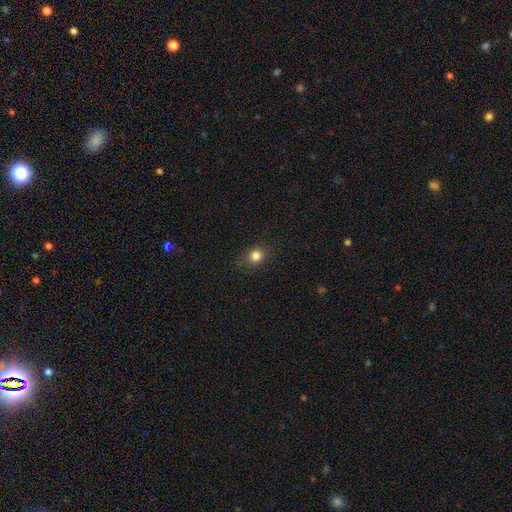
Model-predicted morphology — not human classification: Smooth or featured? Predicted: smooth (p=0.82). How rounded? Predicted: round (p=0.72). Merging? Predicted: none (p=0.85).